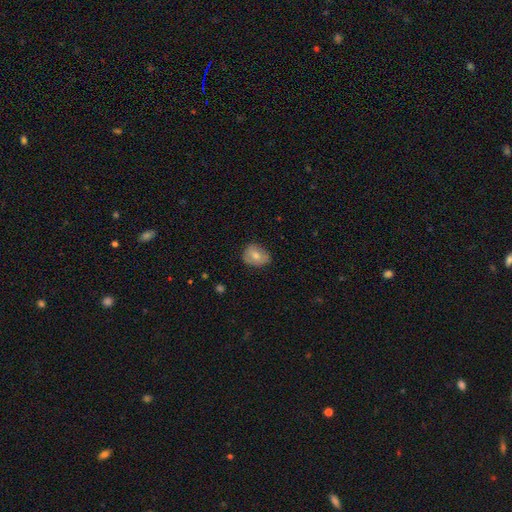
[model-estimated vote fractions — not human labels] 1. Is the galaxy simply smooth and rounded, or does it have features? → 71% smooth, 22% featured or disk, 8% star or artifact.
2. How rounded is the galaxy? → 50% in between, 49% round, 1% cigar-shaped.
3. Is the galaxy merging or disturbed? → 67% none, 26% minor disturbance, 6% major disturbance, 1% merger.